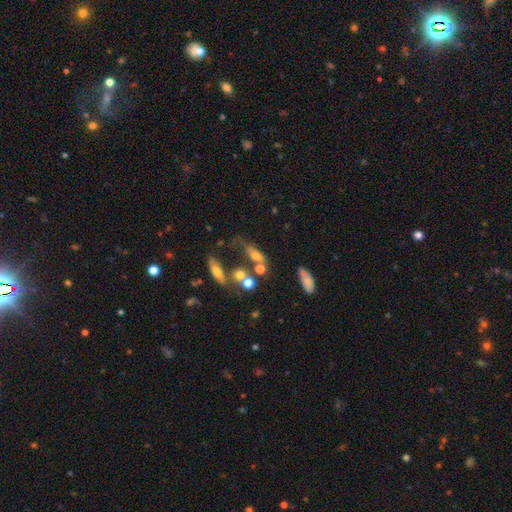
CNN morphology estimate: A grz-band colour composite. It shows a smooth galaxy with no disk features (56%) that is in between round and cigar-shaped (58%). Merging: none (29%).